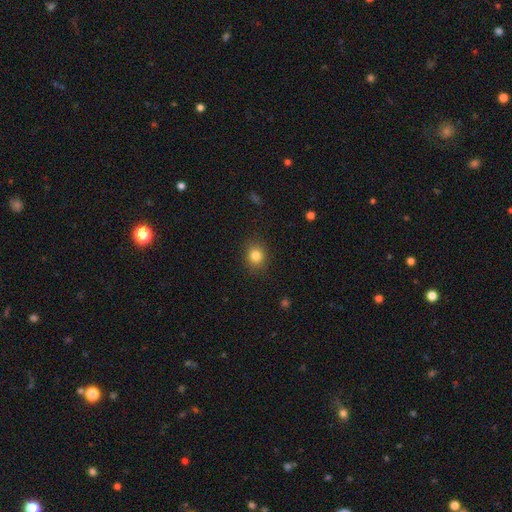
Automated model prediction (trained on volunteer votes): smooth_or_featured: smooth (p=0.83) [alt: star or artifact p=0.11]
how_rounded: round (p=0.68) [alt: in between p=0.31]
merging: none (p=0.88) [alt: minor disturbance p=0.08]